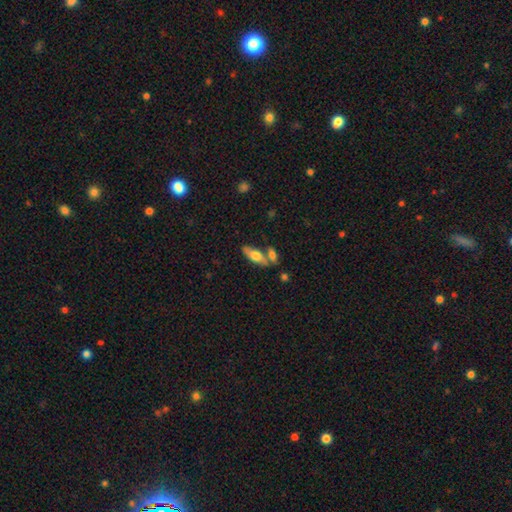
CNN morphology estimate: This appears to be a smooth galaxy with no disk features (59%) that is in between round and cigar-shaped (67%). Merging: none (59%).